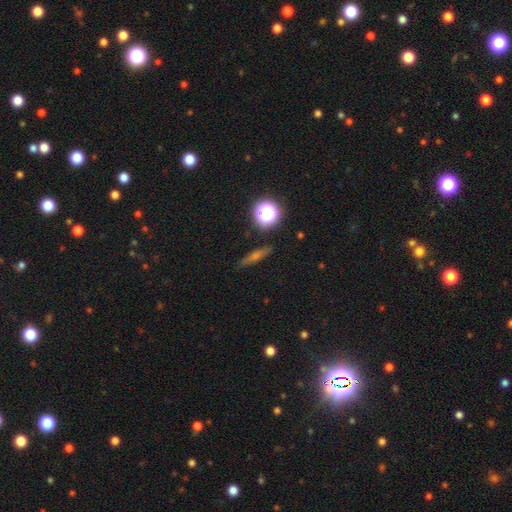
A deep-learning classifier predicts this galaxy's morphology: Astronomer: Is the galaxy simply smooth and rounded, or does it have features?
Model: smooth — 37% (runner-up: featured or disk, 36%).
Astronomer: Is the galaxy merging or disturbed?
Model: none — 88%.